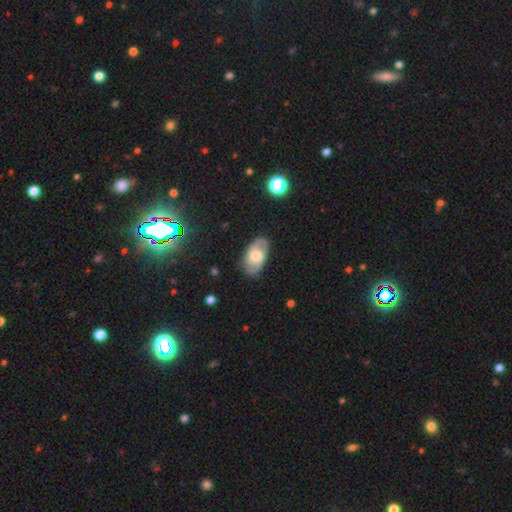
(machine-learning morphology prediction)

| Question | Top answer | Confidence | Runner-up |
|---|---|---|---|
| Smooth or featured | smooth | 47% | featured or disk (46%) |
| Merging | none | 79% | minor disturbance (16%) |